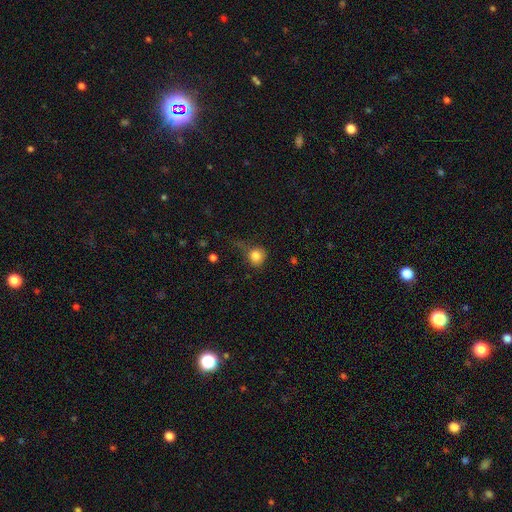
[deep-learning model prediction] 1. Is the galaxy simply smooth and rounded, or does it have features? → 82% smooth, 11% star or artifact, 7% featured or disk.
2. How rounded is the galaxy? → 83% round, 15% in between, 1% cigar-shaped.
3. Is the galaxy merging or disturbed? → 50% none, 28% minor disturbance, 18% major disturbance, 5% merger.